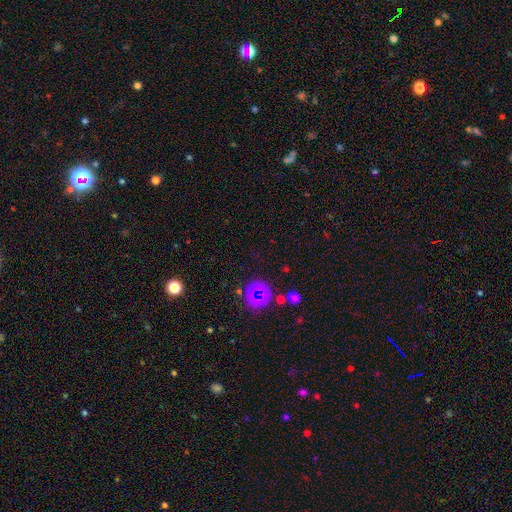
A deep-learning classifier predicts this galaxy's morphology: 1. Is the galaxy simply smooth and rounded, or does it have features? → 64% star or artifact, 28% smooth, 8% featured or disk.